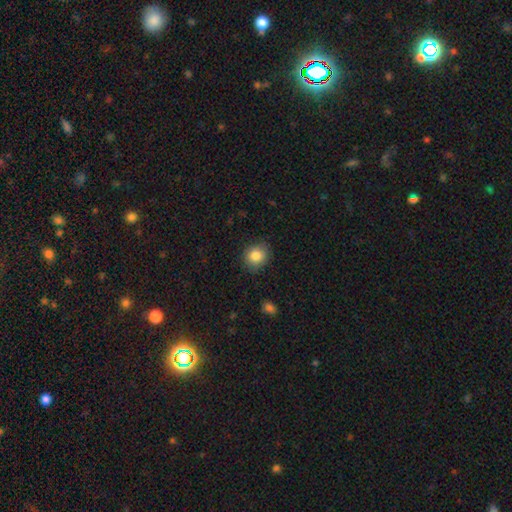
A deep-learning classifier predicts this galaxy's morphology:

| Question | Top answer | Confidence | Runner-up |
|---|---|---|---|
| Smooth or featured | smooth | 85% | star or artifact (9%) |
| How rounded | round | 78% | in between (21%) |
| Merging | none | 85% | minor disturbance (12%) |